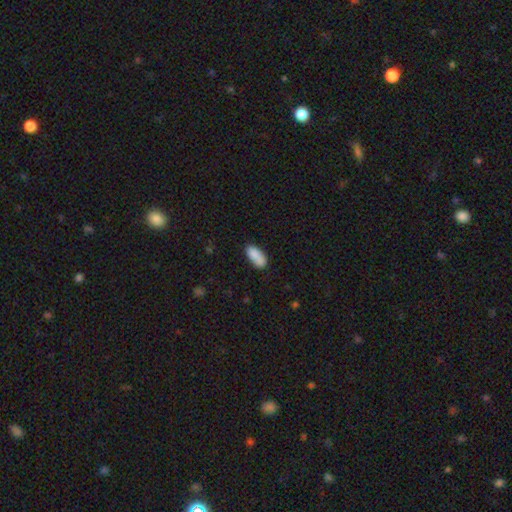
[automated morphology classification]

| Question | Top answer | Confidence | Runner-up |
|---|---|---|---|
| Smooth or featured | smooth | 85% | featured or disk (8%) |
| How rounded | in between | 86% | cigar-shaped (11%) |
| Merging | none | 66% | minor disturbance (20%) |